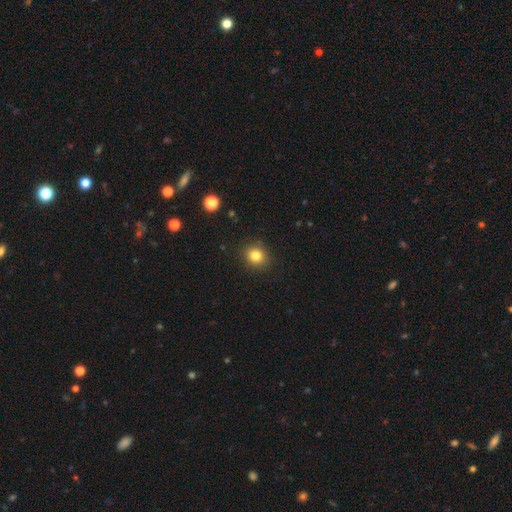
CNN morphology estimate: The model was most divided on "how rounded": round: 79%, in between: 20%, cigar-shaped: 1%. More confident: merging — none (89%); smooth or featured — smooth (82%).